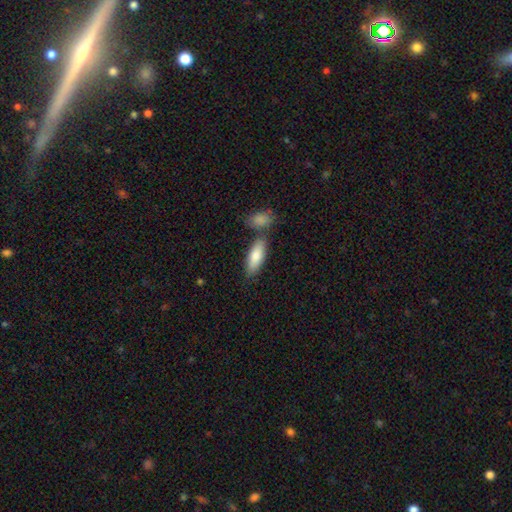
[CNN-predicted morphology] A smooth galaxy with no disk features (82%) that is in between round and cigar-shaped (72%).

Vote fractions:
- Smooth or featured? smooth: 82% / featured or disk: 13% / star or artifact: 5%
- How rounded? in between: 72% / cigar-shaped: 26% / round: 2%
- Merging? none: 66% / merger: 19% / minor disturbance: 12% / major disturbance: 3%